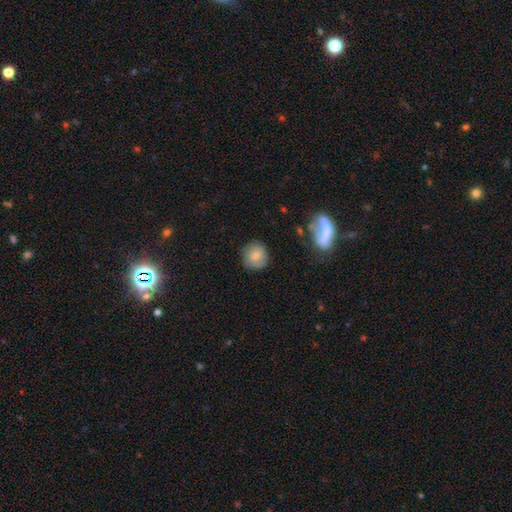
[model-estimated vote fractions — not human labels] Morphology: type=smooth (74%); roundness=round (88%); merging=none (79%).